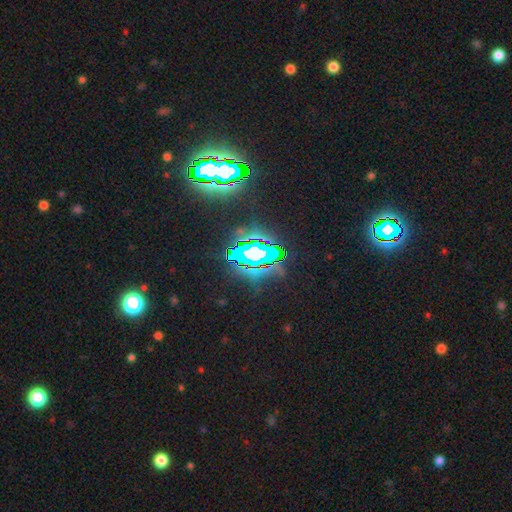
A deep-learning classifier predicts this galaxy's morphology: smooth-or-featured: star or artifact: 69% | featured or disk: 16% | smooth: 15%